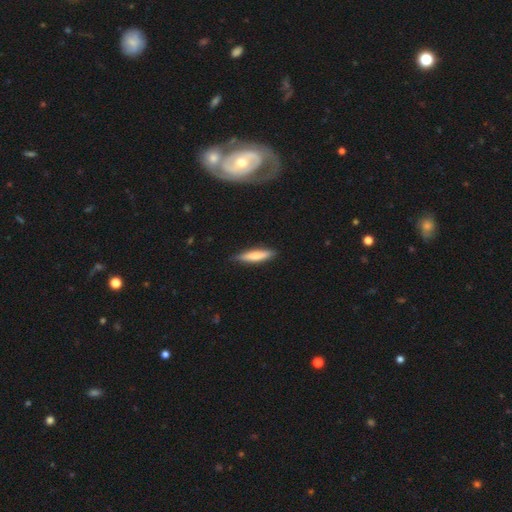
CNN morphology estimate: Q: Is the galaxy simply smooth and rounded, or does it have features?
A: smooth — 70%.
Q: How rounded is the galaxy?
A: cigar-shaped — 80%.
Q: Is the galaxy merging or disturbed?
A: none — 86%.